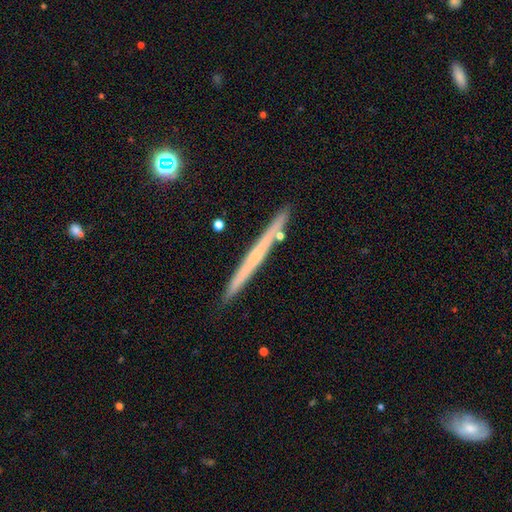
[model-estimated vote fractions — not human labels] Smooth or featured?
  - featured or disk: 57% *
  - smooth: 36%
  - star or artifact: 7%
Edge-on disk?
  - yes: 97% *
  - no: 3%
Edge-on bulge?
  - none: 79% *
  - rounded: 17%
  - boxy: 4%
Merging?
  - none: 88% *
  - minor disturbance: 8%
  - merger: 3%
  - major disturbance: 1%